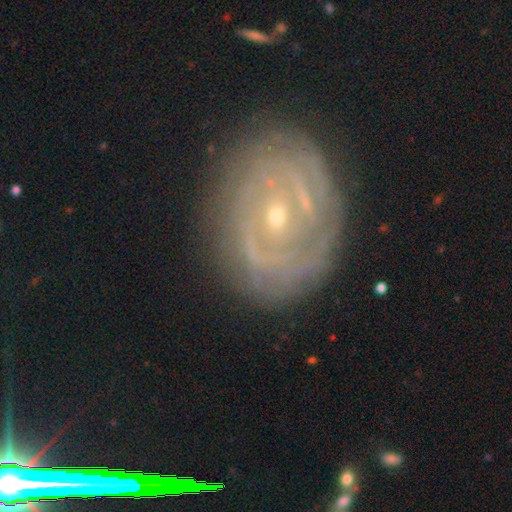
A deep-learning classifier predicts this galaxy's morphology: featured or disk 84%, smooth 9%, star or artifact 8%. Down the decision tree: edge-on disk — no (95%); bar — weak (42%); spiral arms — yes (91%); spiral arm count — can't tell (35%); spiral winding — tight (76%); bulge size — small (70%); merging — none (81%).